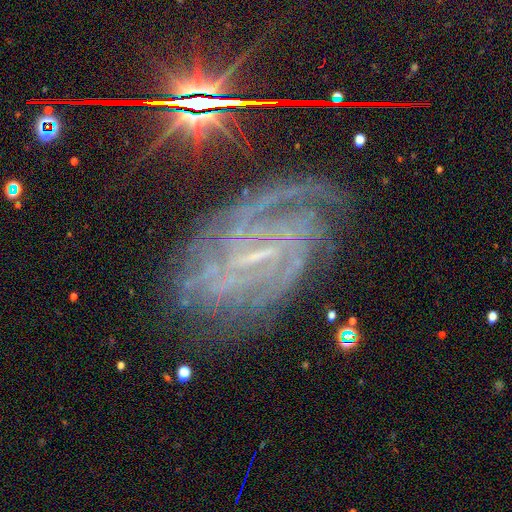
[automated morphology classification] type=featured or disk (81%); edge-on=no (96%); bar=weak (46%); spiral arms=yes (97%); winding=tight (61%); arm count=can't tell (29%); bulge=small (63%); merging=none (71%).